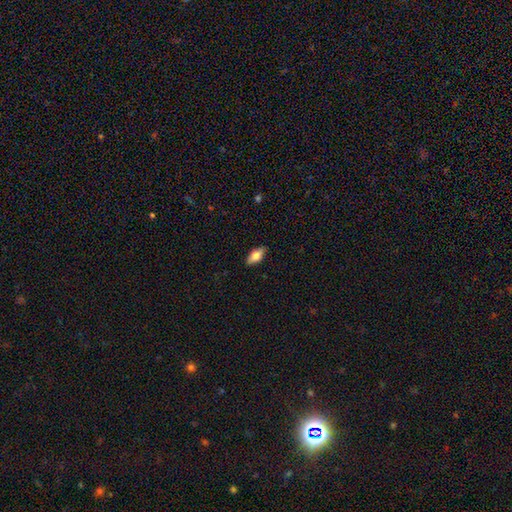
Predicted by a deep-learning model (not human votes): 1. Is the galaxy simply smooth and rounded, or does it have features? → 75% smooth, 18% featured or disk, 7% star or artifact.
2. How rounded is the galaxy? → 87% in between, 10% cigar-shaped, 3% round.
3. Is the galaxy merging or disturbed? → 87% none, 10% minor disturbance, 2% major disturbance, 1% merger.